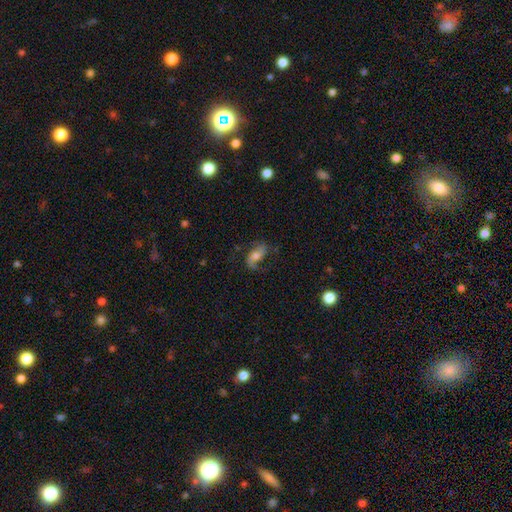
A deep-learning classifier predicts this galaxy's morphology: A featured or disk galaxy (62%) with no bar (51%), 2 (88%) loose (65%) spiral arms (89%) and a moderate central bulge (59%). Merging: none (67%).